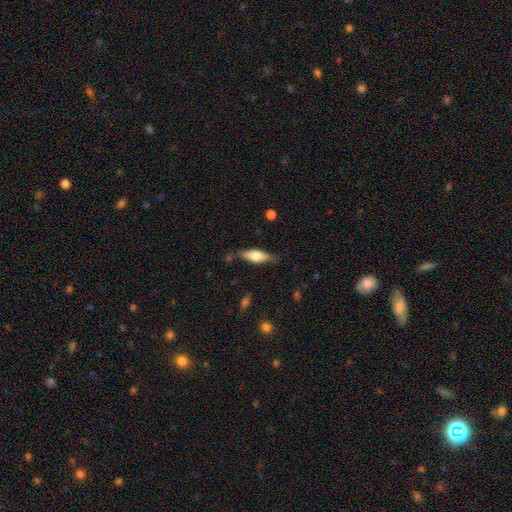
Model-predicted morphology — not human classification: Overall: smooth (51%; featured or disk 43%). How rounded: in between (57%; cigar-shaped 40%). Merging: none (76%).